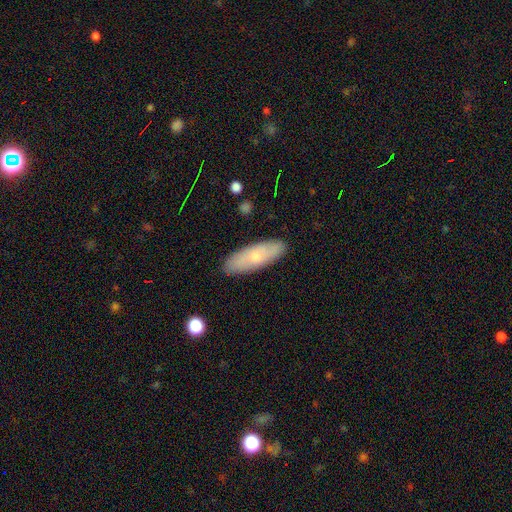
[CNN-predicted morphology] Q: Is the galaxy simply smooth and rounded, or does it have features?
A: smooth — 68%.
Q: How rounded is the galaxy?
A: in between — 57%.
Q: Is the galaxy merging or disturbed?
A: none — 88%.